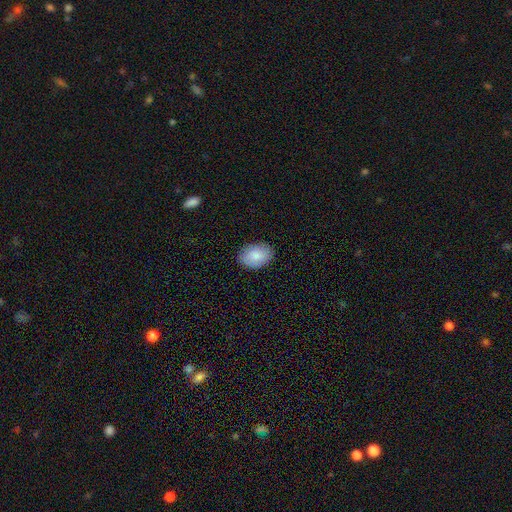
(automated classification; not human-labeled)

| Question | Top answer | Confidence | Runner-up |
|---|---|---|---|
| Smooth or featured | smooth | 78% | featured or disk (15%) |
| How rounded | in between | 81% | round (18%) |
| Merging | none | 85% | minor disturbance (12%) |